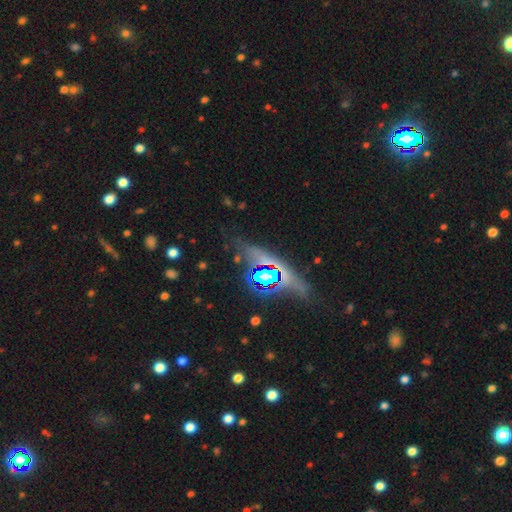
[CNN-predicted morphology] Smooth or featured?
  - star or artifact: 56% *
  - smooth: 24%
  - featured or disk: 20%